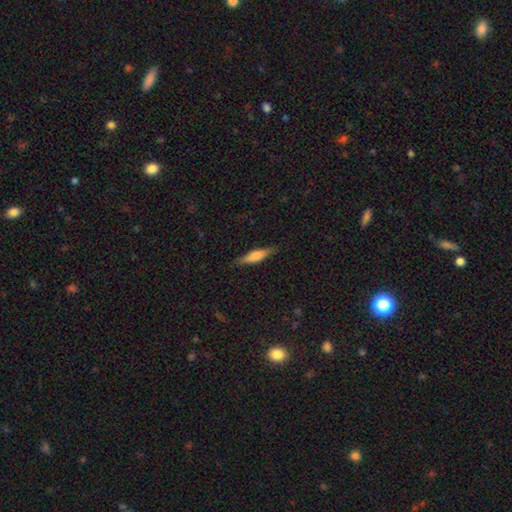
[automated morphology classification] Overall: smooth (61%; featured or disk 32%). How rounded: cigar-shaped (72%). Merging: none (85%).